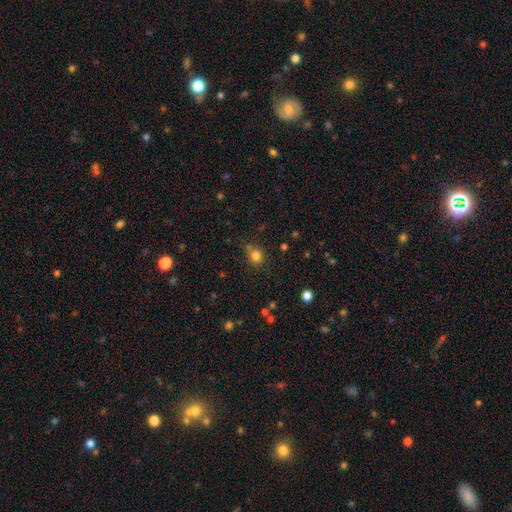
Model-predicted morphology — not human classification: This appears to be a smooth galaxy with no disk features (80%) that is round (81%). Merging: none (69%).